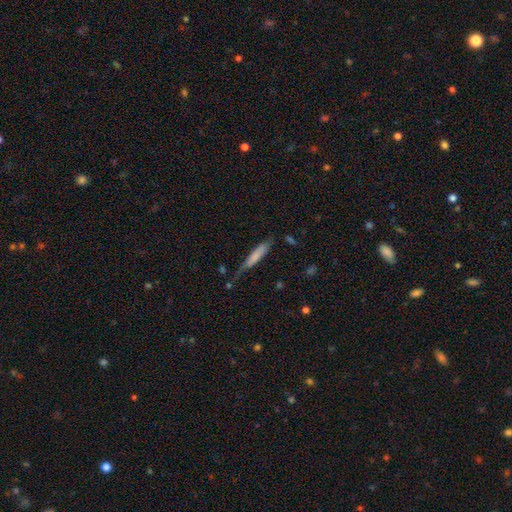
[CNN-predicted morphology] The model was most divided on "merging": none: 48%, minor disturbance: 32%, major disturbance: 14%, merger: 6%. More confident: how rounded — cigar-shaped (87%); smooth or featured — smooth (67%).